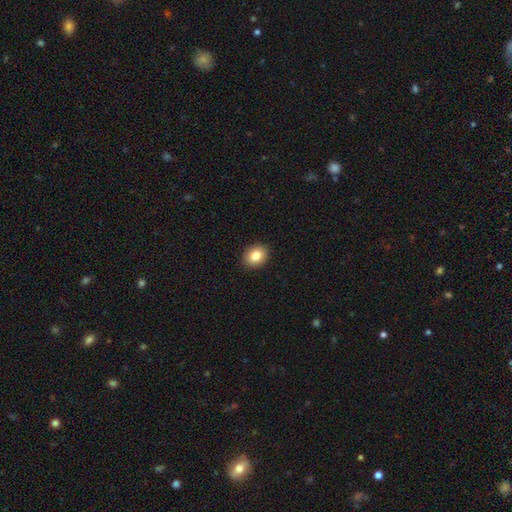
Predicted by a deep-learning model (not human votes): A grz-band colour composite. It shows a smooth galaxy with no disk features (84%) that is round (51%). Merging: none (91%).